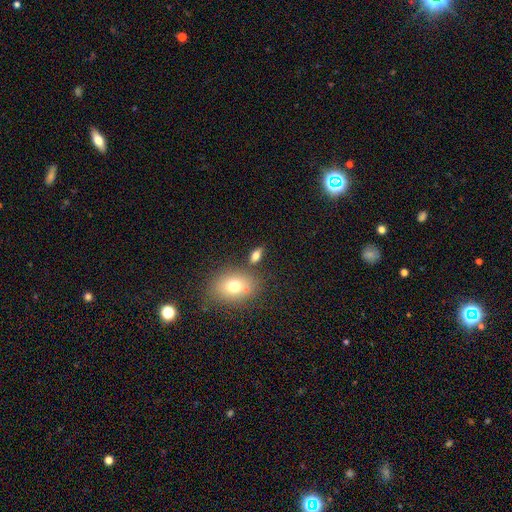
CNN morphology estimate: A smooth galaxy with no disk features (70%) that is in between round and cigar-shaped (74%). Merging: none (74%).